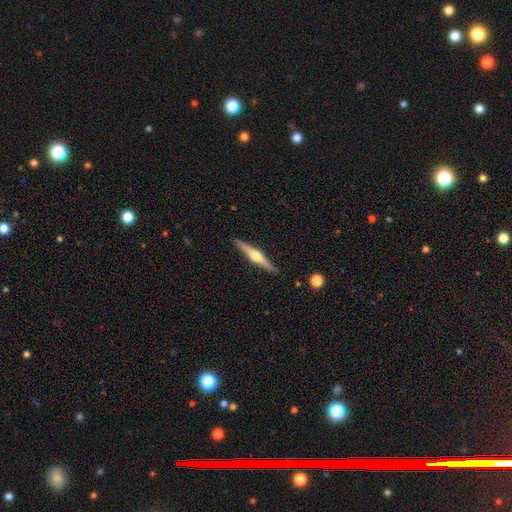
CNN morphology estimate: Smooth or featured: featured or disk — 70% (smooth — 24%)
Edge-on disk: yes — 98% (no — 2%)
Edge-on bulge: rounded — 94% (boxy — 3%)
Merging: none — 91% (minor disturbance — 7%)